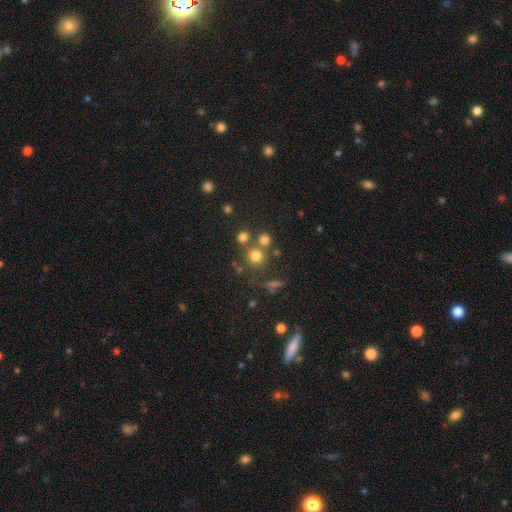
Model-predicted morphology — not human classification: A smooth galaxy with no disk features (70%) that is round (90%). Merging: none (66%).